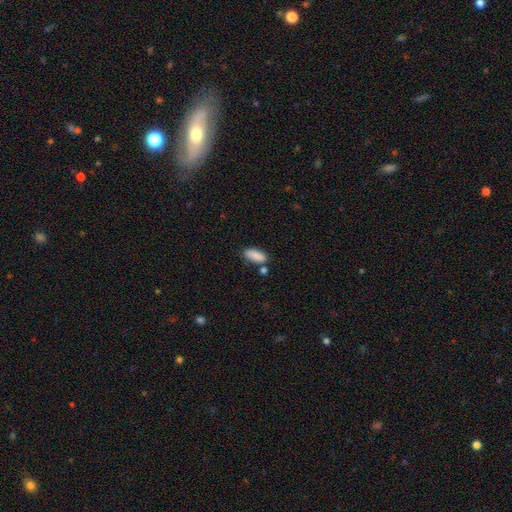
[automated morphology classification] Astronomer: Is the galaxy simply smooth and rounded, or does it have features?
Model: smooth — 88%.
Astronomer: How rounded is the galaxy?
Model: in between — 80%.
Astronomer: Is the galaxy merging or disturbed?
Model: none — 71%.